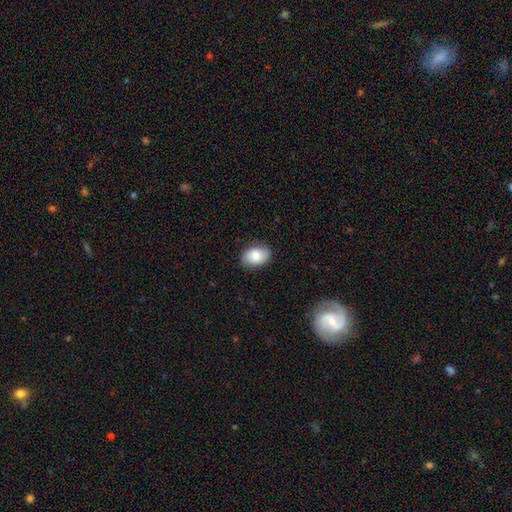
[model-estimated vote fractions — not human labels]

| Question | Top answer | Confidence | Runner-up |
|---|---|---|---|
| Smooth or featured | smooth | 80% | featured or disk (13%) |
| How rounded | in between | 83% | round (16%) |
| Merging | none | 83% | minor disturbance (13%) |